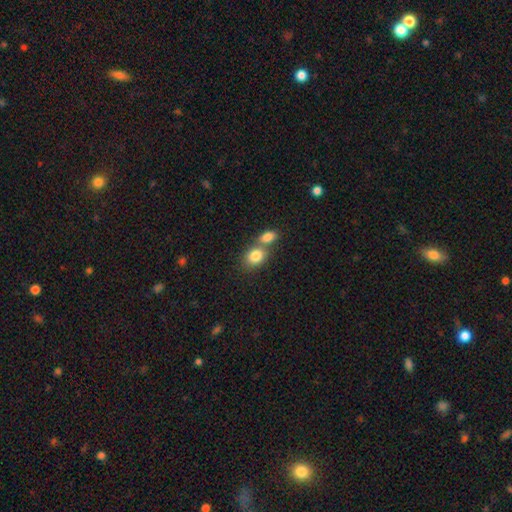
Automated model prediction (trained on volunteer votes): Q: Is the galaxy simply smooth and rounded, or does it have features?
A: smooth — 83%.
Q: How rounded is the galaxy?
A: in between — 63%.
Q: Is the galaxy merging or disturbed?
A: merger — 52%.